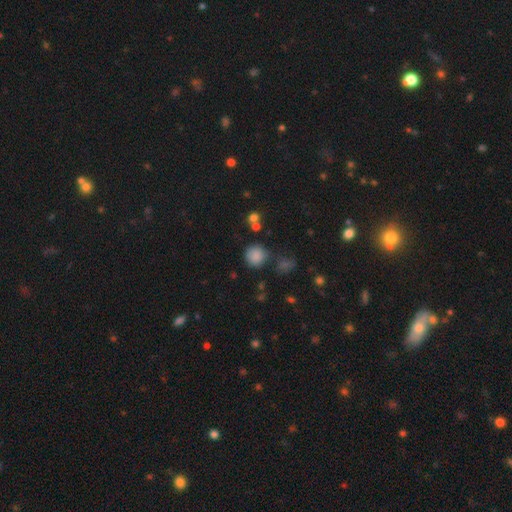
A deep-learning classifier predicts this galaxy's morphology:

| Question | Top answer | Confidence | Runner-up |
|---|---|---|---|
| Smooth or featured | smooth | 83% | star or artifact (12%) |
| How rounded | round | 89% | in between (10%) |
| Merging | none | 72% | minor disturbance (15%) |